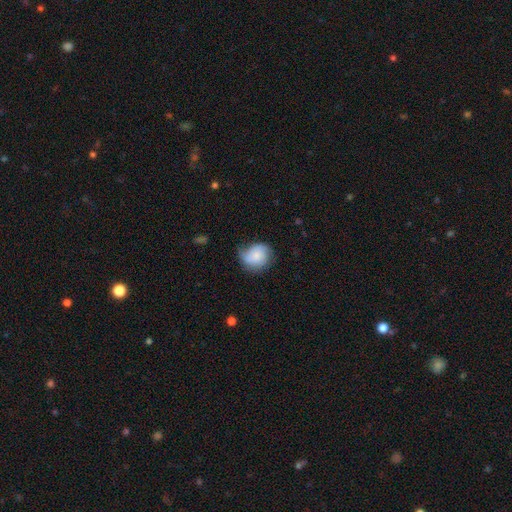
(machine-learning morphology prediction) Smooth or featured: smooth — 58% (featured or disk — 34%)
How rounded: round — 74% (in between — 25%)
Merging: none — 54% (minor disturbance — 33%)